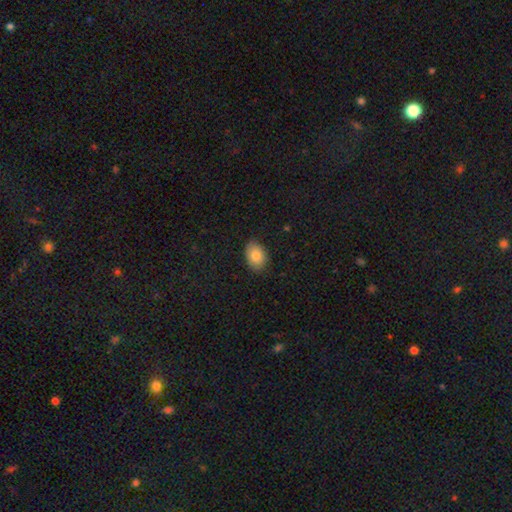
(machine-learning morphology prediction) This is clearly a smooth galaxy (81%). How rounded: likely in between (80%). Merging: clearly none (83%).